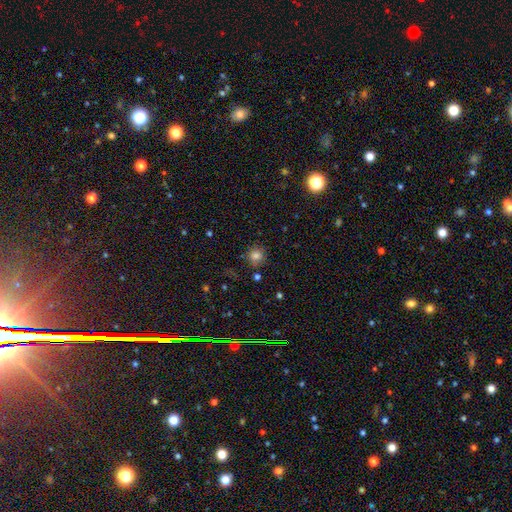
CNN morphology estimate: smooth_or_featured: smooth (p=0.79) [alt: star or artifact p=0.15]
how_rounded: round (p=0.90) [alt: in between p=0.09]
merging: none (p=0.78) [alt: minor disturbance p=0.13]